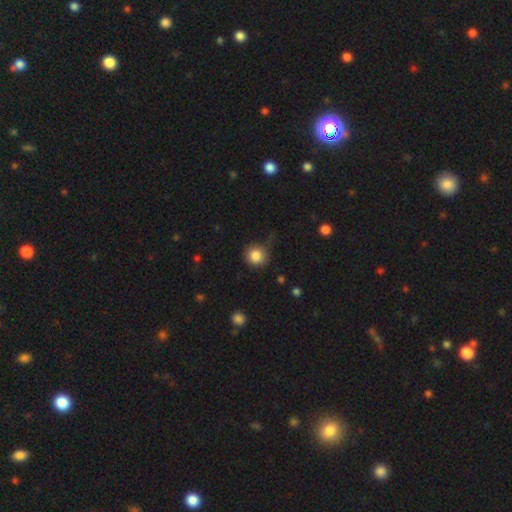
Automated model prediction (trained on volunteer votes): Morphology: type=smooth (85%); roundness=round (91%); merging=none (71%).